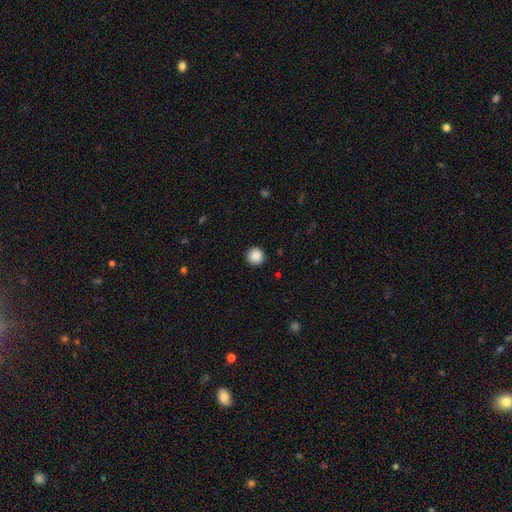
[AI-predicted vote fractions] Smooth or featured? Predicted: smooth (p=0.89). How rounded? Predicted: round (p=0.96). Merging? Predicted: none (p=0.92).